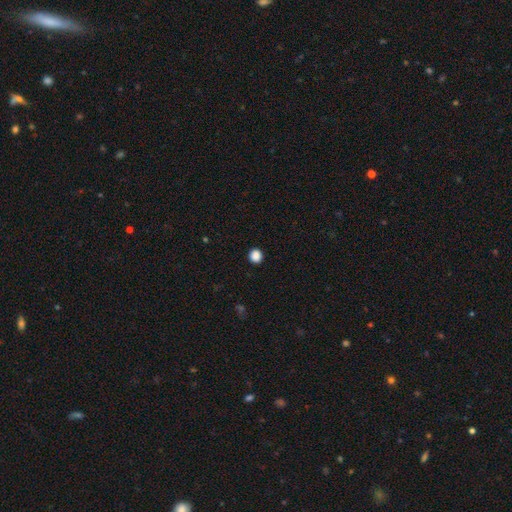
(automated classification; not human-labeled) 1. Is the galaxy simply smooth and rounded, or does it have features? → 87% smooth, 10% star or artifact, 2% featured or disk.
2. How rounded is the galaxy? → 88% round, 11% in between, 1% cigar-shaped.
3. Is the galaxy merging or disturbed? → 93% none, 5% minor disturbance, 2% major disturbance, 1% merger.